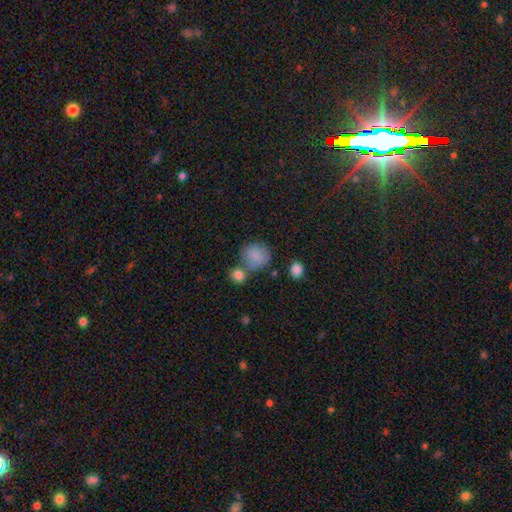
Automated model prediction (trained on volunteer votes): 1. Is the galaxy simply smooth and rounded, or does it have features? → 84% smooth, 9% star or artifact, 7% featured or disk.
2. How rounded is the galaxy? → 79% round, 20% in between, 1% cigar-shaped.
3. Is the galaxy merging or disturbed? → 55% none, 21% merger, 17% minor disturbance, 7% major disturbance.